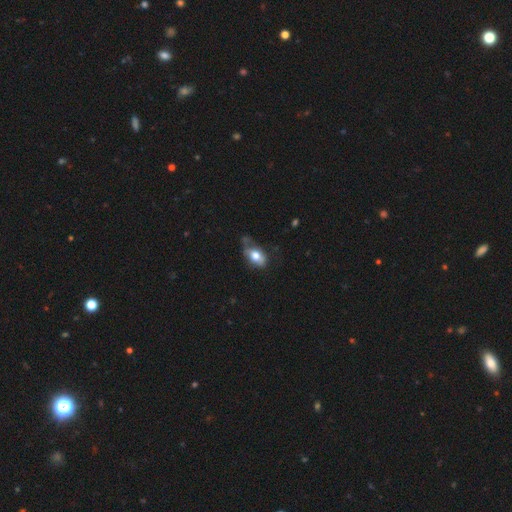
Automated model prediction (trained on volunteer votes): Smooth or featured: smooth — 69% (featured or disk — 24%)
How rounded: in between — 87% (round — 10%)
Merging: minor disturbance — 38% (none — 36%)